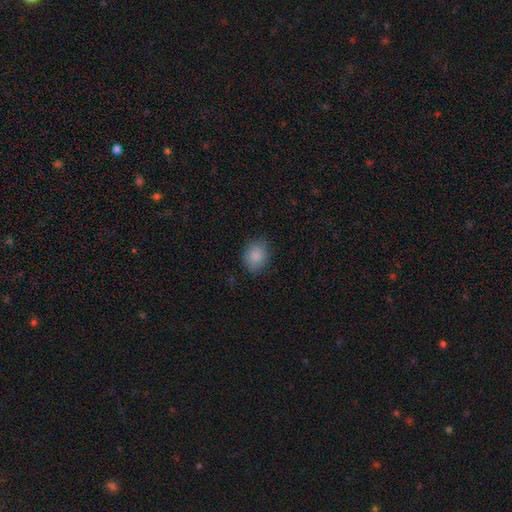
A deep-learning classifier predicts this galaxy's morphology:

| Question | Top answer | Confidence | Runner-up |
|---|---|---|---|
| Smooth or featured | smooth | 87% | star or artifact (9%) |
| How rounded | round | 50% | in between (49%) |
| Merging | none | 81% | minor disturbance (14%) |